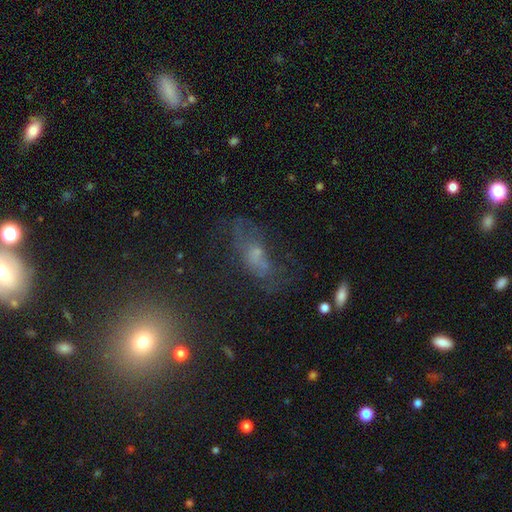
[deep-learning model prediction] Q: Smooth or featured?
A: smooth (42%); runner-up: featured or disk (34%)
Q: Merging?
A: none (45%); runner-up: major disturbance (24%)